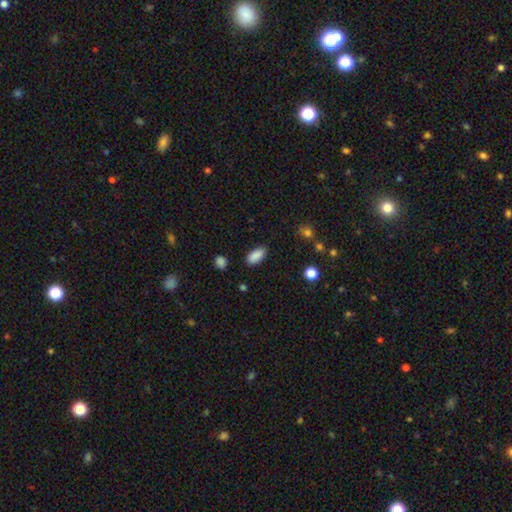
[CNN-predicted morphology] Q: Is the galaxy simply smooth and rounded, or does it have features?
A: smooth — 89%.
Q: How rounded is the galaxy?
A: in between — 89%.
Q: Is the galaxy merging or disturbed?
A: none — 86%.